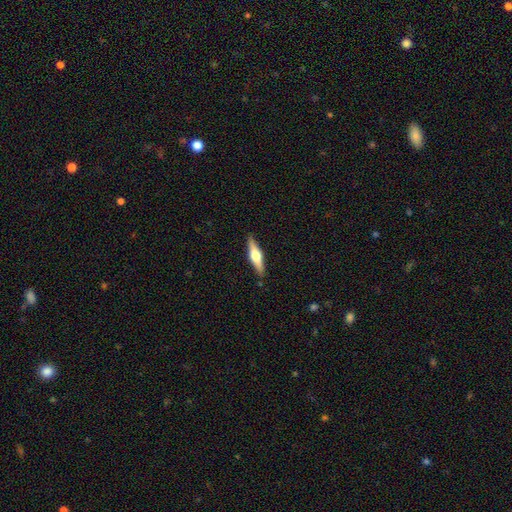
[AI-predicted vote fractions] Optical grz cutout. It shows a featured or disk galaxy (61%) viewed edge-on (96%) with a rounded central bulge (94%). Merging: none (89%).